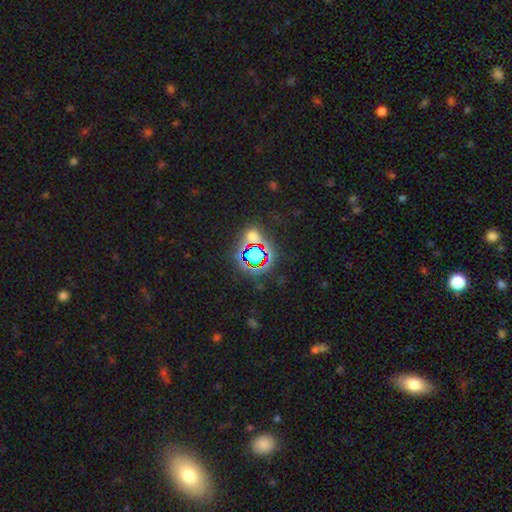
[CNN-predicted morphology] type=star or artifact (67%).